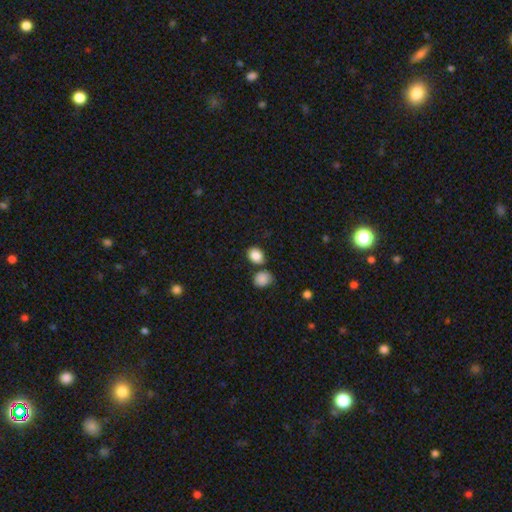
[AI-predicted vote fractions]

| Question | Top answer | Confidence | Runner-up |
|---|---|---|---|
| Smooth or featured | smooth | 87% | star or artifact (9%) |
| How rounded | in between | 57% | round (42%) |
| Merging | none | 69% | merger (16%) |